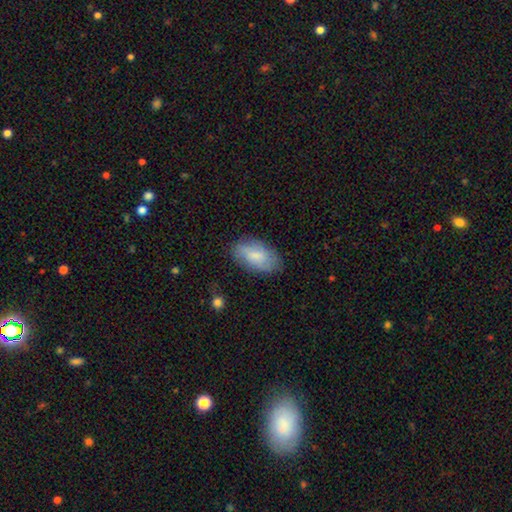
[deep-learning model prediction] Overall: smooth (76%). How rounded: in between (94%). Merging: none (78%).